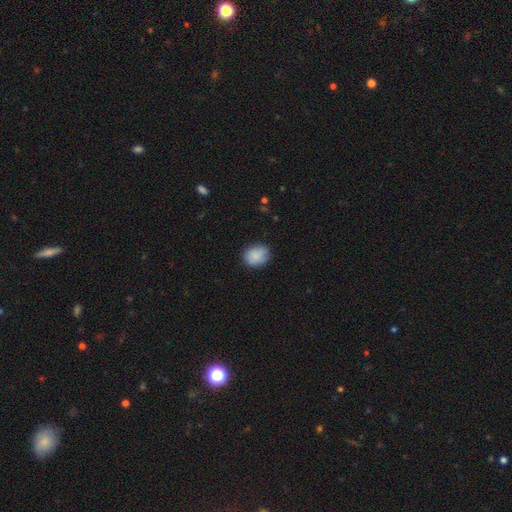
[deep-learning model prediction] smooth-or-featured: smooth: 86% | featured or disk: 7% | star or artifact: 7%
  how-rounded: round: 61% | in between: 38% | cigar-shaped: 1%
  merging: none: 81% | minor disturbance: 15% | major disturbance: 3% | merger: 1%